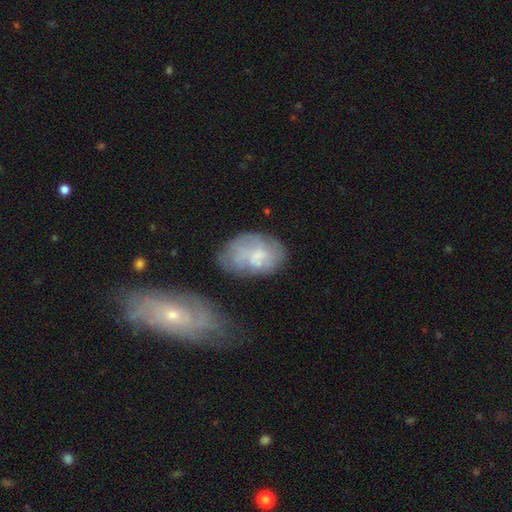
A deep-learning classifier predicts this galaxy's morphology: This appears to be a featured or disk galaxy (46%). Merging: none (47%).